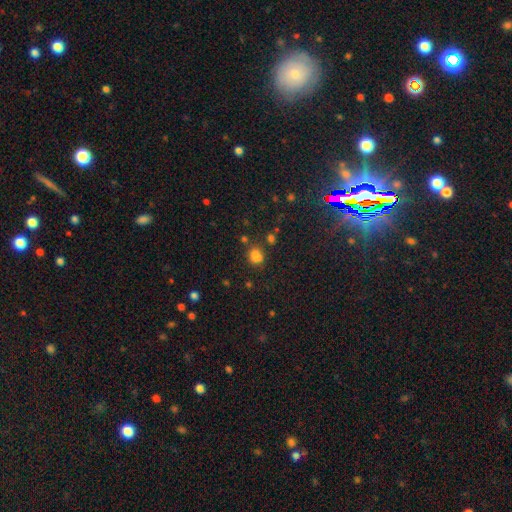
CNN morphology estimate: type=smooth (77%); roundness=round (57%); merging=none (61%).